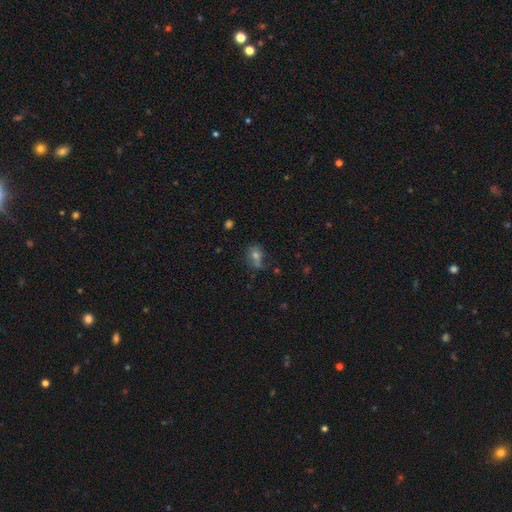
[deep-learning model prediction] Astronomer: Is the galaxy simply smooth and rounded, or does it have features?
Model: smooth — 56%.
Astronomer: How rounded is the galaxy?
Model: round — 52% (runner-up: in between, 46%).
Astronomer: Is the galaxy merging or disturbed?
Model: none — 52%.